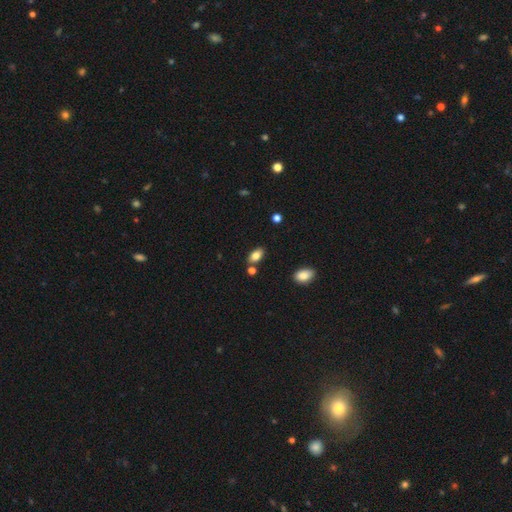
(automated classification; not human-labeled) This appears to be a smooth galaxy with no disk features (82%) that is in between round and cigar-shaped (90%). Merging: none (78%).